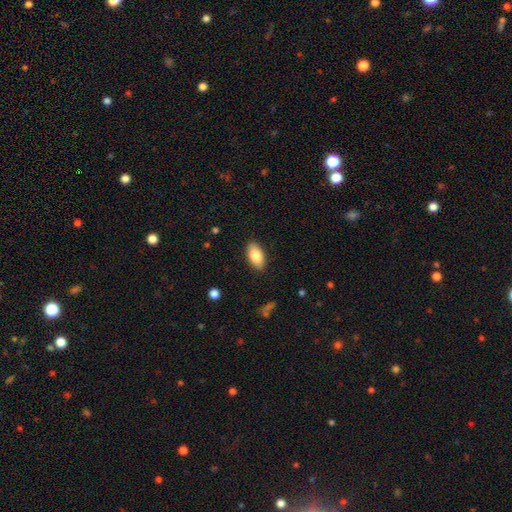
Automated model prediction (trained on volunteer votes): This is clearly a smooth galaxy (85%). How rounded: clearly in between (93%). Merging: clearly none (88%).